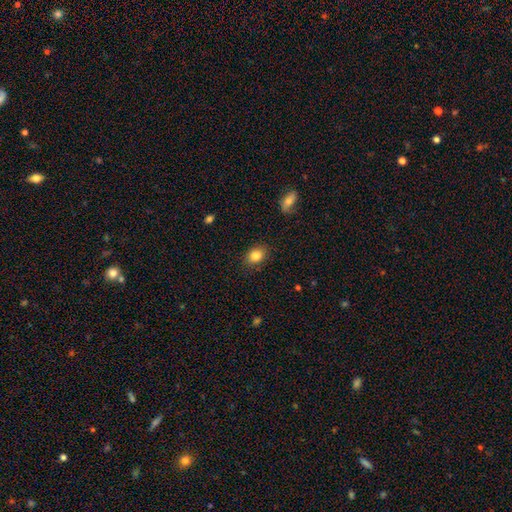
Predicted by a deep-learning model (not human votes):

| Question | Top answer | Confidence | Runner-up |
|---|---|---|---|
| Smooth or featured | smooth | 84% | star or artifact (9%) |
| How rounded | in between | 61% | round (37%) |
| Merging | none | 85% | minor disturbance (11%) |